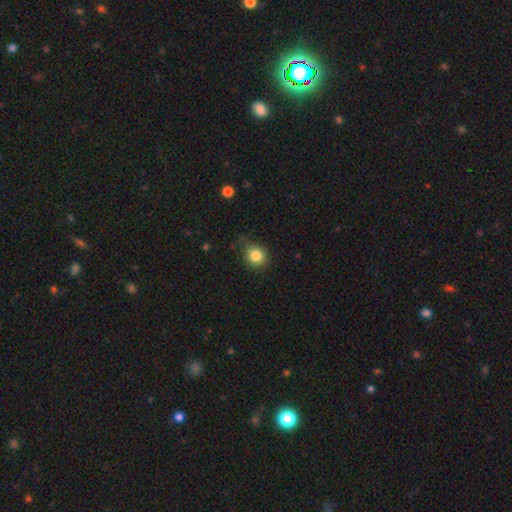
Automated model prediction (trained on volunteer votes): A smooth galaxy with no disk features (83%) that is round (86%).

Vote fractions:
- Smooth or featured? smooth: 83% / star or artifact: 11% / featured or disk: 6%
- How rounded? round: 86% / in between: 13% / cigar-shaped: 1%
- Merging? none: 76% / minor disturbance: 19% / major disturbance: 4% / merger: 1%